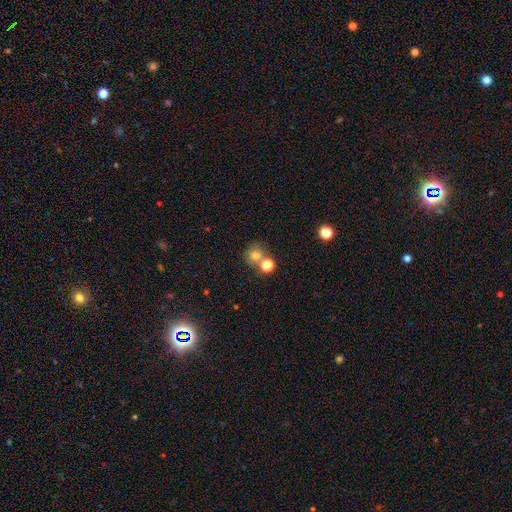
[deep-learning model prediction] Q: Smooth or featured?
A: smooth (74%); runner-up: star or artifact (16%)
Q: How rounded?
A: round (87%); runner-up: in between (12%)
Q: Merging?
A: none (58%); runner-up: merger (31%)